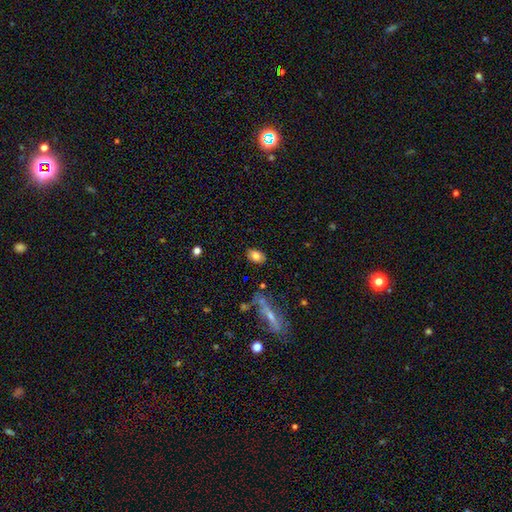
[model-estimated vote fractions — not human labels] smooth_or_featured: smooth (p=0.79) [alt: featured or disk p=0.12]
how_rounded: in between (p=0.85) [alt: round p=0.12]
merging: none (p=0.80) [alt: minor disturbance p=0.13]